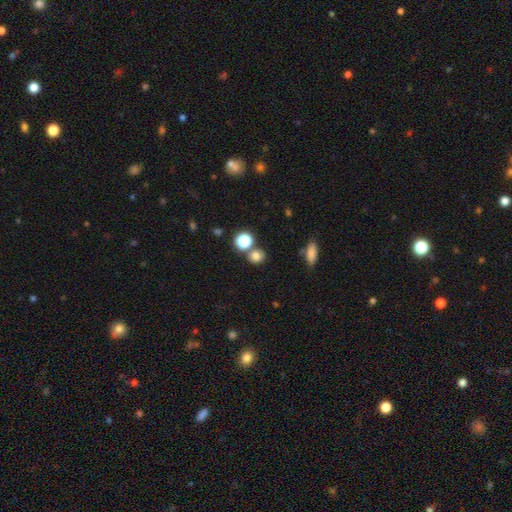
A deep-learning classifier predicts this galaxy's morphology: A smooth galaxy with no disk features (77%) that is round (79%). Merging: none (71%).